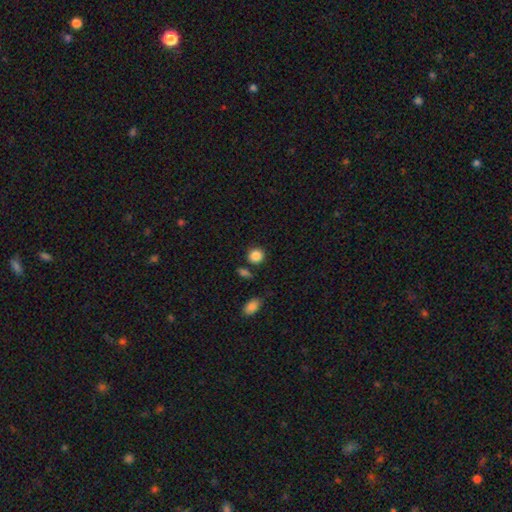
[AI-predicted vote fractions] Smooth or featured: smooth — 87% (star or artifact — 9%)
How rounded: round — 85% (in between — 14%)
Merging: none — 81% (minor disturbance — 10%)